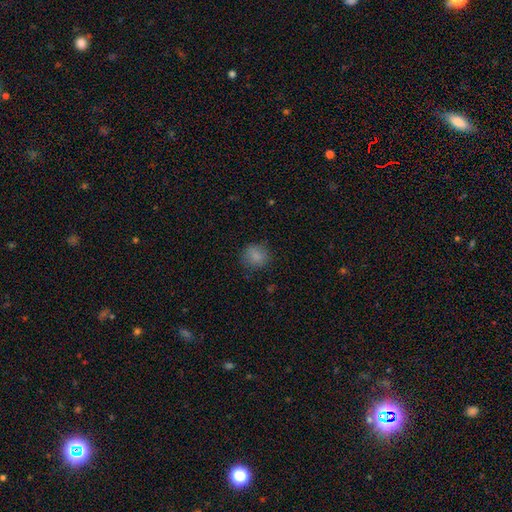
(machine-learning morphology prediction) Q: Smooth or featured?
A: smooth (84%); runner-up: star or artifact (11%)
Q: How rounded?
A: round (82%); runner-up: in between (17%)
Q: Merging?
A: none (82%); runner-up: minor disturbance (13%)